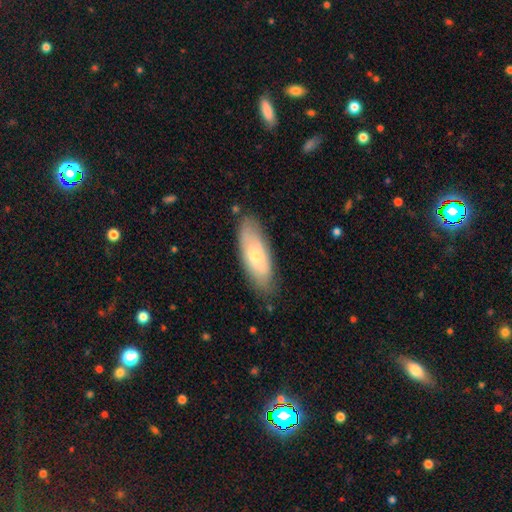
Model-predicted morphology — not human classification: smooth 60%, featured or disk 34%, star or artifact 6%. Down the decision tree: how rounded — in between (66%); merging — none (79%).